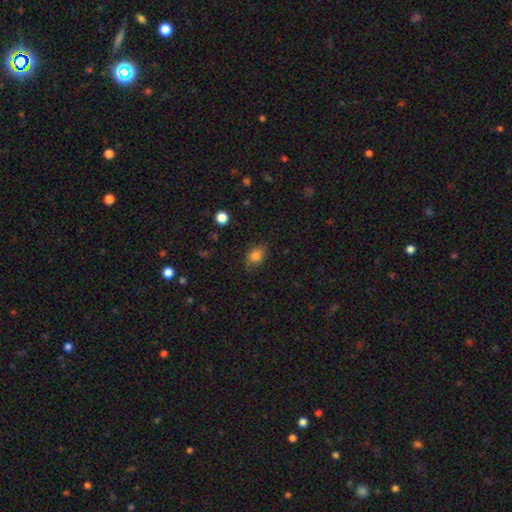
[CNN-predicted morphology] Smooth or featured: smooth — 81% (star or artifact — 11%)
How rounded: in between — 69% (round — 29%)
Merging: none — 74% (minor disturbance — 20%)